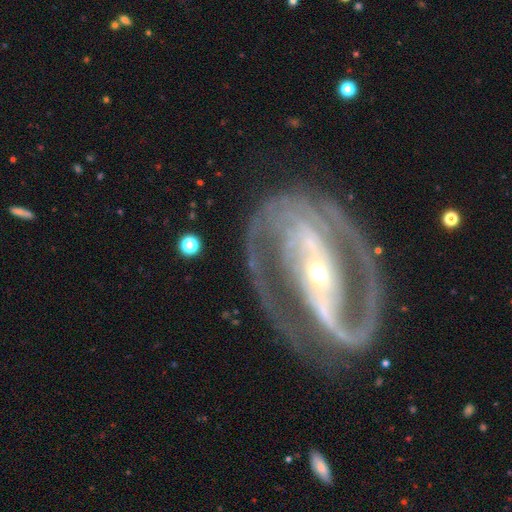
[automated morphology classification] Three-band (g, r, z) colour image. It shows a featured or disk galaxy (91%) with a strong bar (71%), 2 (89%) medium (48%) spiral arms (95%) and a small central bulge (71%). Merging: none (76%).